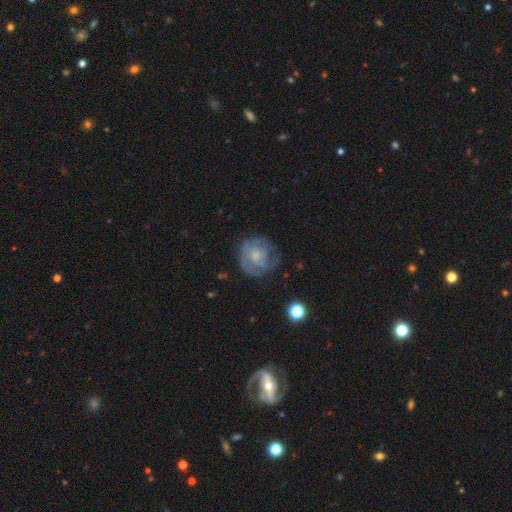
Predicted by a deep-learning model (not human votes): The model was most divided on "bulge size": small: 48%, moderate: 37%, none: 10%, large: 3%, dominant: 1%. More confident: edge-on disk — no (98%); bar — no (81%); spiral arms — yes (67%); merging — none (66%); smooth or featured — featured or disk (58%).